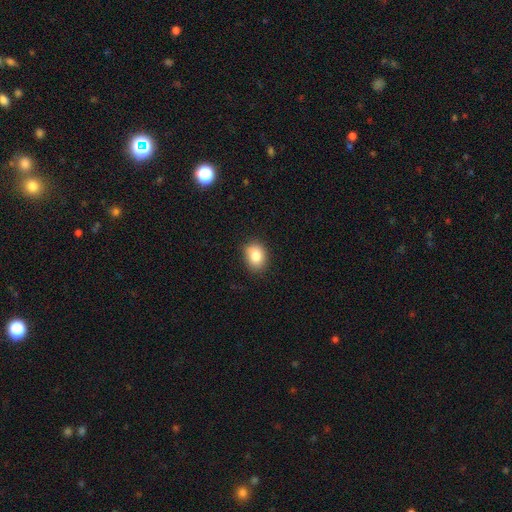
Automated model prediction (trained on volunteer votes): Smooth or featured? smooth (83%)
How rounded? in between (57%)
Merging? none (82%)